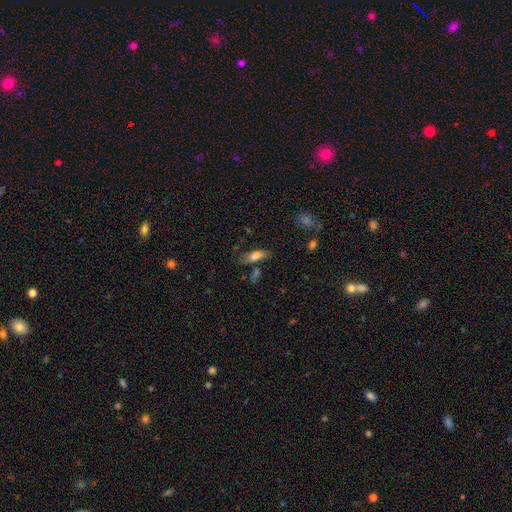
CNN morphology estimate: This appears to be a smooth galaxy with no disk features (72%) that is in between round and cigar-shaped (61%). Merging: none (58%).